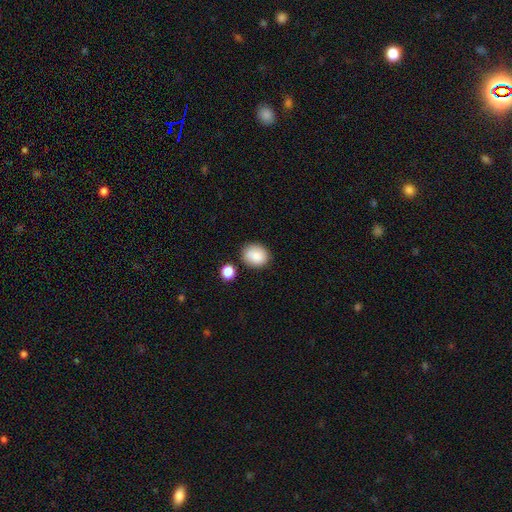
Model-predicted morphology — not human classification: This is clearly a smooth galaxy (87%). How rounded: likely round (61%). Merging: likely none (80%).